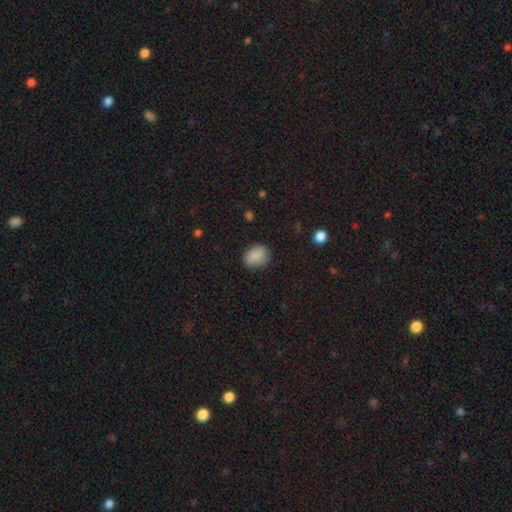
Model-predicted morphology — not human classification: Q: Smooth or featured?
A: smooth (86%); runner-up: star or artifact (8%)
Q: How rounded?
A: round (52%); runner-up: in between (47%)
Q: Merging?
A: none (83%); runner-up: minor disturbance (13%)